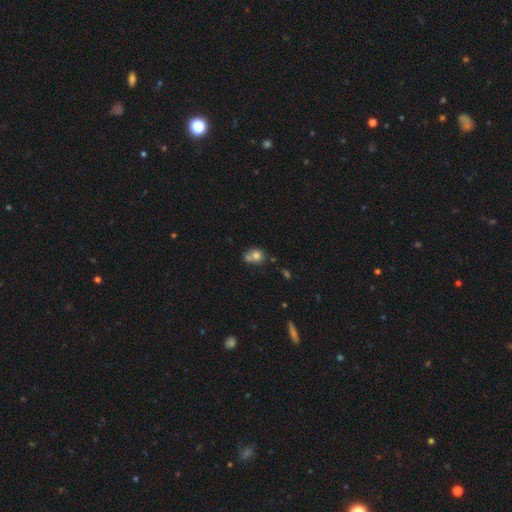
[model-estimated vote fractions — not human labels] Smooth or featured? smooth (74%)
How rounded? round (63%)
Merging? merger (42%)